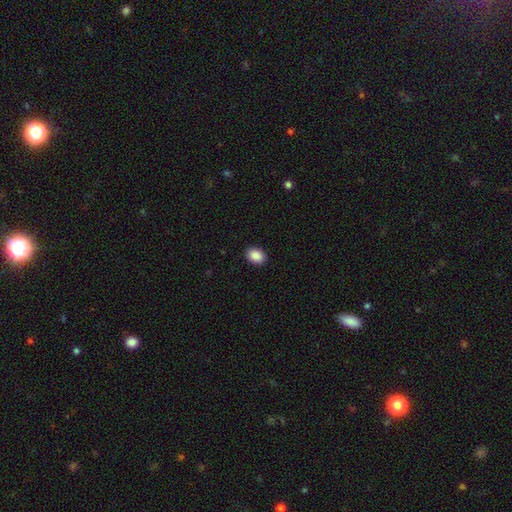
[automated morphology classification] type=smooth (89%); roundness=in between (70%); merging=none (91%).